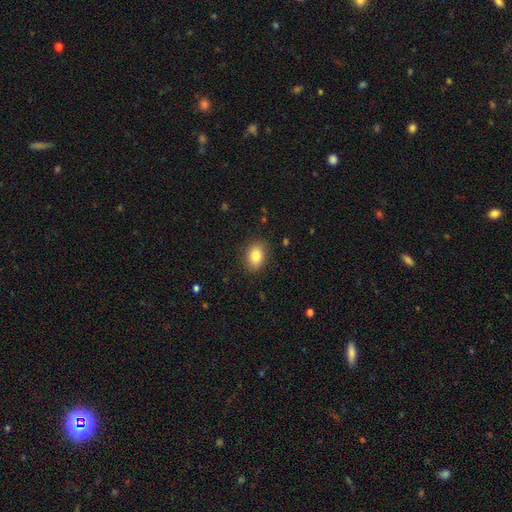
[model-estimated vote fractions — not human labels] Smooth or featured?
  - smooth: 84% *
  - star or artifact: 9%
  - featured or disk: 8%
How rounded?
  - in between: 71% *
  - round: 28%
  - cigar-shaped: 1%
Merging?
  - none: 86% *
  - minor disturbance: 10%
  - major disturbance: 3%
  - merger: 1%